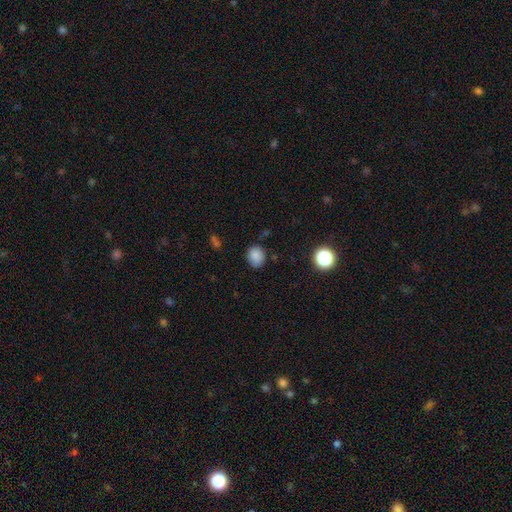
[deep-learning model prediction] Smooth or featured? Predicted: smooth (p=0.84). How rounded? Predicted: round (p=0.63). Merging? Predicted: none (p=0.77).